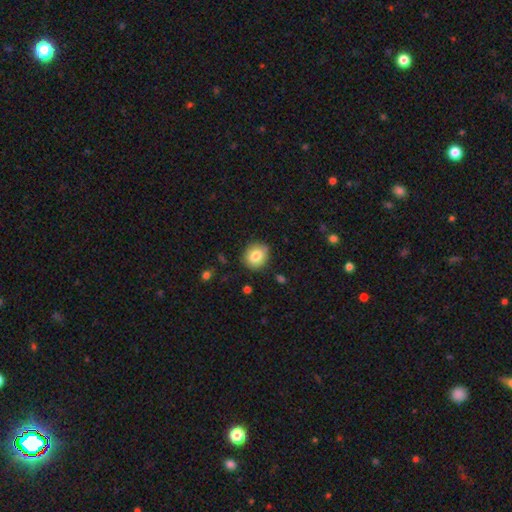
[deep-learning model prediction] The model was most divided on "how rounded": round: 71%, in between: 29%, cigar-shaped: 1%. More confident: merging — none (85%); smooth or featured — smooth (81%).